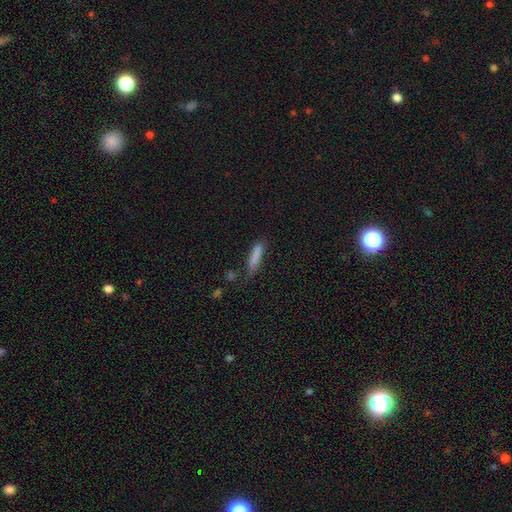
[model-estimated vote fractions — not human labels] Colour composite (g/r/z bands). It shows a smooth galaxy with no disk features (82%) that is cigar-shaped (80%). Merging: none (62%).